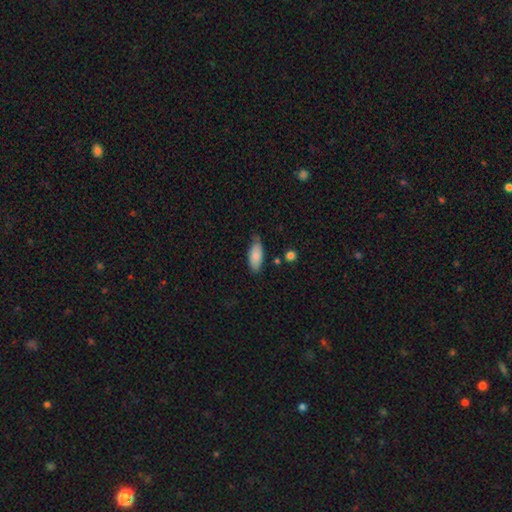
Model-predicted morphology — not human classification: A smooth galaxy with no disk features (82%) that is in between round and cigar-shaped (86%).

Vote fractions:
- Smooth or featured? smooth: 82% / featured or disk: 12% / star or artifact: 6%
- How rounded? in between: 86% / cigar-shaped: 12% / round: 2%
- Merging? none: 69% / minor disturbance: 24% / major disturbance: 4% / merger: 3%